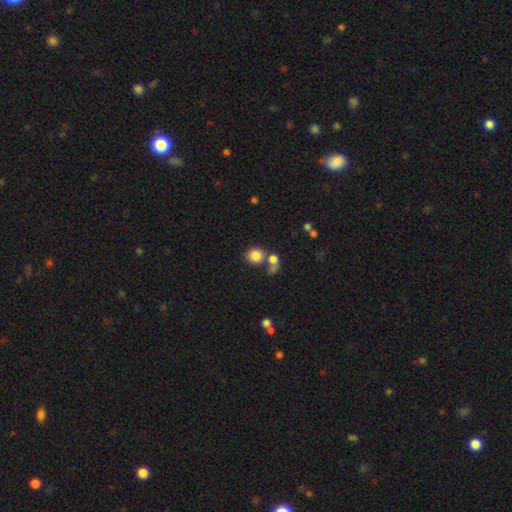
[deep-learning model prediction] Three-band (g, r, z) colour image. It shows a smooth galaxy with no disk features (82%) that is round (82%). Merging: none (55%).